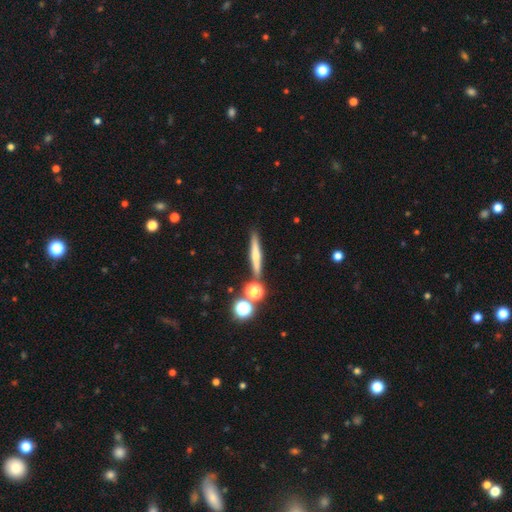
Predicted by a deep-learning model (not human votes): This appears to be a featured or disk galaxy (45%, tied with smooth). Merging: none (81%).